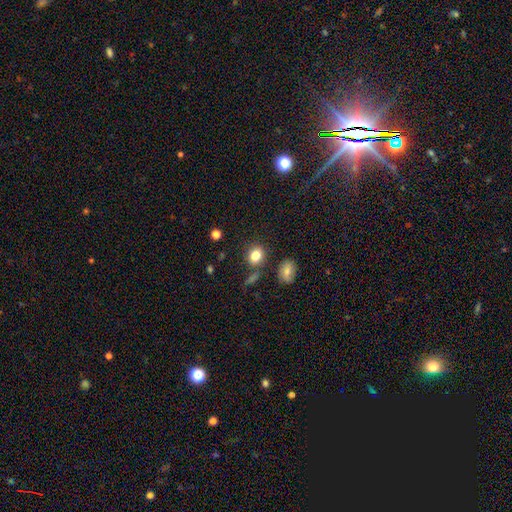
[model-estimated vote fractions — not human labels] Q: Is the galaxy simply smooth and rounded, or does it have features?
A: smooth — 83%.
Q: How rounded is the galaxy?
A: round — 60%.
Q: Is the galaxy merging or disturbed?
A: none — 77%.